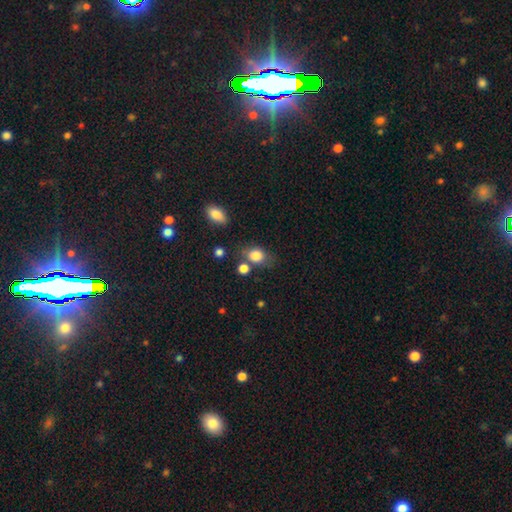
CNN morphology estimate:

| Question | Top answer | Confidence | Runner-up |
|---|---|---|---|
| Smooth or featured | smooth | 83% | star or artifact (10%) |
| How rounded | in between | 52% | round (46%) |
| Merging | none | 62% | minor disturbance (18%) |